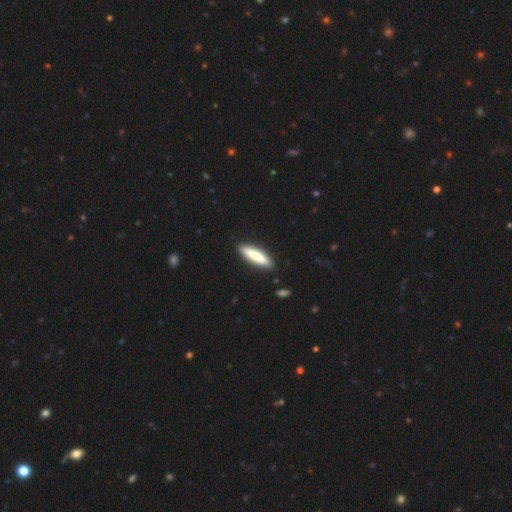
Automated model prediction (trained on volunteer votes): Q: Smooth or featured?
A: smooth (81%); runner-up: featured or disk (14%)
Q: How rounded?
A: cigar-shaped (79%); runner-up: in between (19%)
Q: Merging?
A: none (89%); runner-up: minor disturbance (7%)